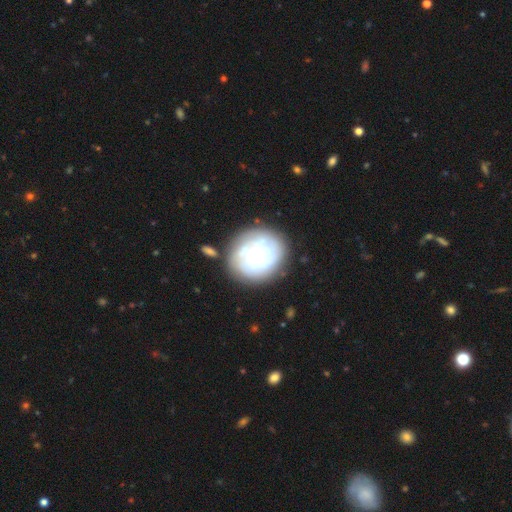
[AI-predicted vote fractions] featured or disk 54%, smooth 39%, star or artifact 7%. Down the decision tree: edge-on disk — no (97%); bar — no (88%); spiral arms — no (58%); bulge size — small (55%); merging — none (70%).